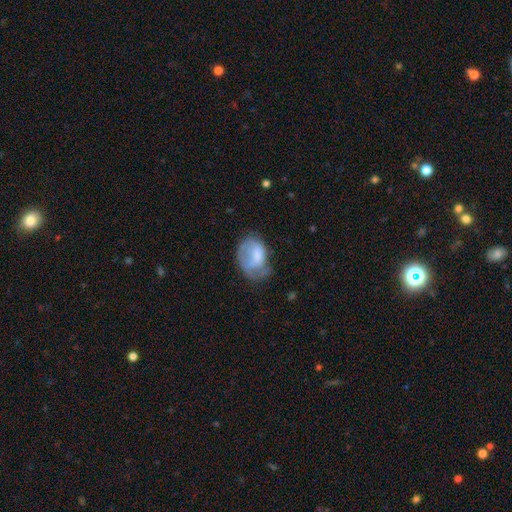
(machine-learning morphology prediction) Smooth or featured: smooth — 53% (featured or disk — 39%)
How rounded: in between — 69% (round — 30%)
Merging: none — 36% (minor disturbance — 32%)